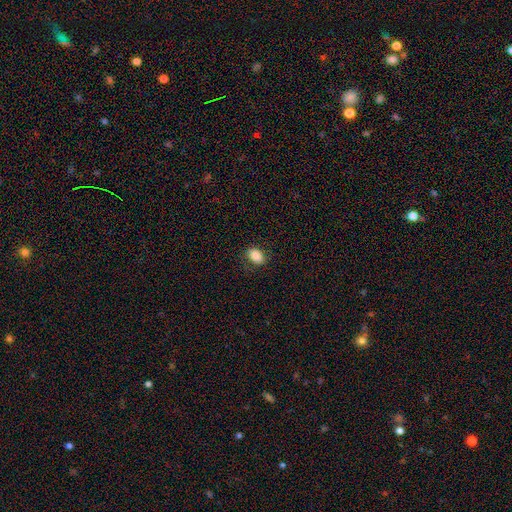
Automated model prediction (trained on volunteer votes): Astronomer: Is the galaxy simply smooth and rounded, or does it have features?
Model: smooth — 84%.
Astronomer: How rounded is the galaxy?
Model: in between — 82%.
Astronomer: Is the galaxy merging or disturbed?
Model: none — 80%.